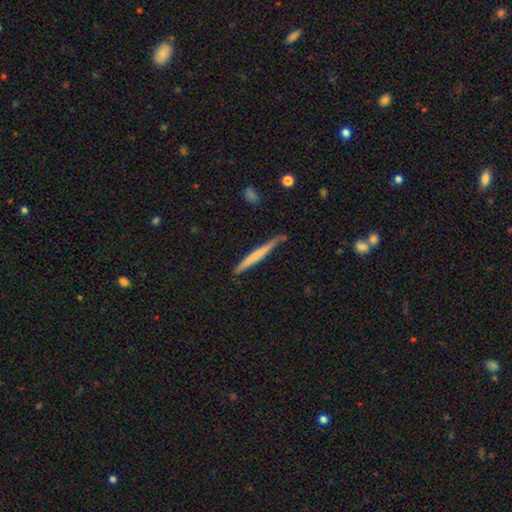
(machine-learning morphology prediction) smooth_or_featured: smooth (p=0.54) [alt: featured or disk p=0.41]
how_rounded: cigar-shaped (p=0.97) [alt: in between p=0.02]
merging: none (p=0.78) [alt: minor disturbance p=0.16]